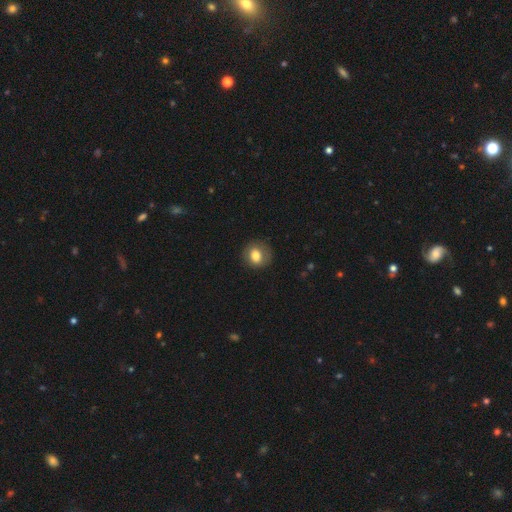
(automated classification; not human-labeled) Q: Smooth or featured?
A: smooth (77%); runner-up: featured or disk (14%)
Q: How rounded?
A: round (72%); runner-up: in between (27%)
Q: Merging?
A: none (81%); runner-up: minor disturbance (13%)